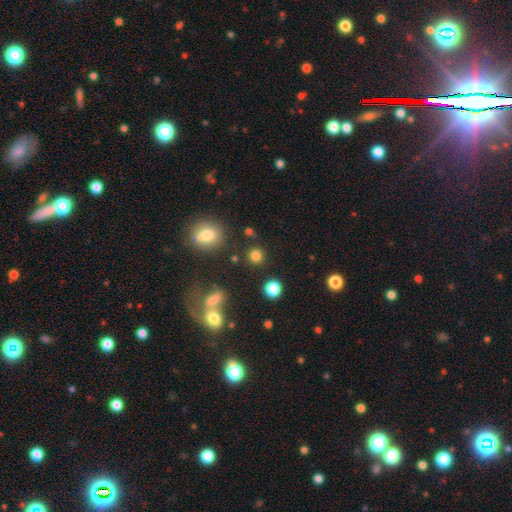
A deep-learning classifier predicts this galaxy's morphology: smooth 80%, star or artifact 15%, featured or disk 5%. Down the decision tree: how rounded — round (90%); merging — none (84%).